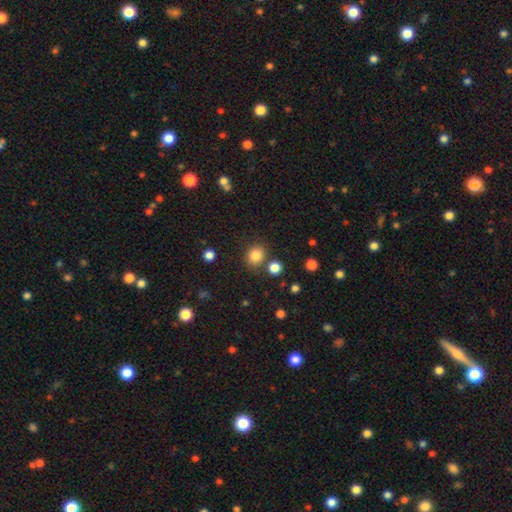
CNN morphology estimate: A smooth galaxy with no disk features (83%) that is round (71%). Merging: none (78%).